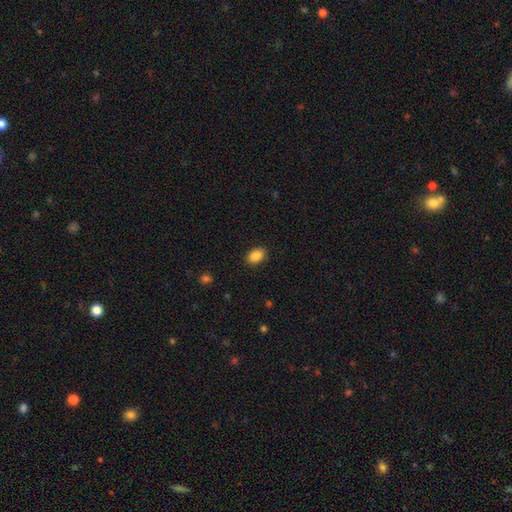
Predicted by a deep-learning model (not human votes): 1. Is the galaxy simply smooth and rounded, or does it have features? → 88% smooth, 8% star or artifact, 4% featured or disk.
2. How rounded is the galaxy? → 84% in between, 15% round, 1% cigar-shaped.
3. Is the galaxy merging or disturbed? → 88% none, 9% minor disturbance, 2% major disturbance, 1% merger.